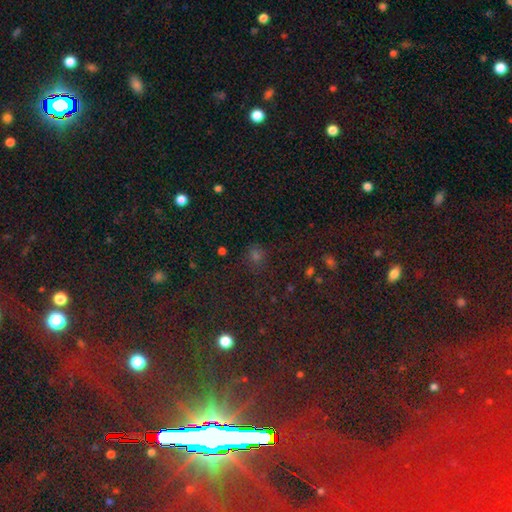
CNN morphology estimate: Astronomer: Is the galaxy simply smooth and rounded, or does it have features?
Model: smooth — 52% (runner-up: star or artifact, 41%).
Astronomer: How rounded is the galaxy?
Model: round — 81%.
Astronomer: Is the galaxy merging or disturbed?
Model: none — 80%.